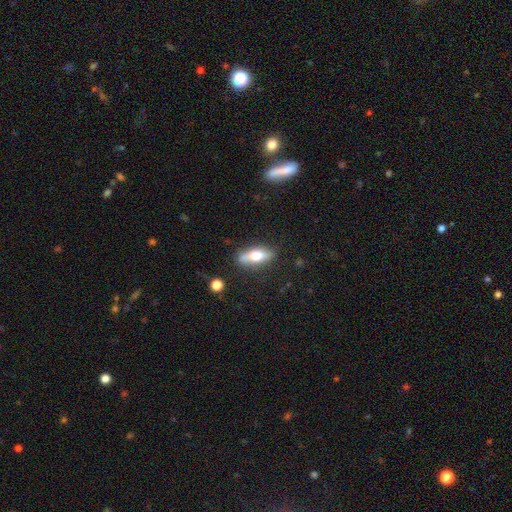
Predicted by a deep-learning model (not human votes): Q: Smooth or featured?
A: smooth (62%); runner-up: featured or disk (32%)
Q: How rounded?
A: in between (65%); runner-up: cigar-shaped (32%)
Q: Merging?
A: none (79%); runner-up: minor disturbance (15%)